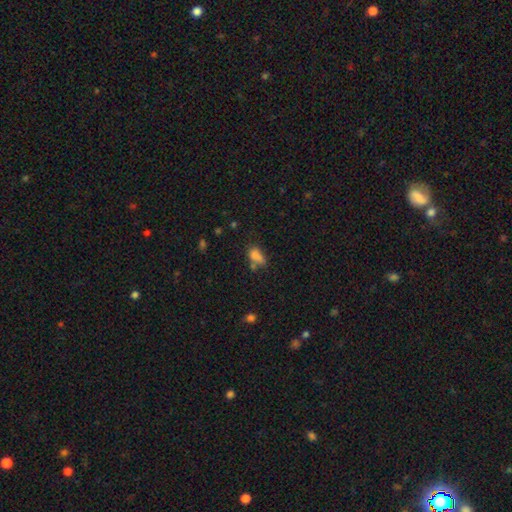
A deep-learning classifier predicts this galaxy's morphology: Smooth or featured?
  - smooth: 74% *
  - star or artifact: 13%
  - featured or disk: 12%
How rounded?
  - in between: 79% *
  - round: 14%
  - cigar-shaped: 7%
Merging?
  - none: 36% *
  - merger: 28%
  - minor disturbance: 23%
  - major disturbance: 13%